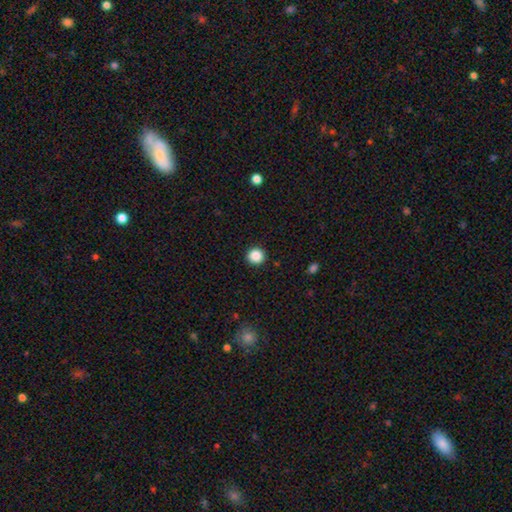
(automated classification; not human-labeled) Q: Smooth or featured?
A: smooth (87%); runner-up: star or artifact (10%)
Q: How rounded?
A: round (94%); runner-up: in between (5%)
Q: Merging?
A: none (92%); runner-up: minor disturbance (5%)